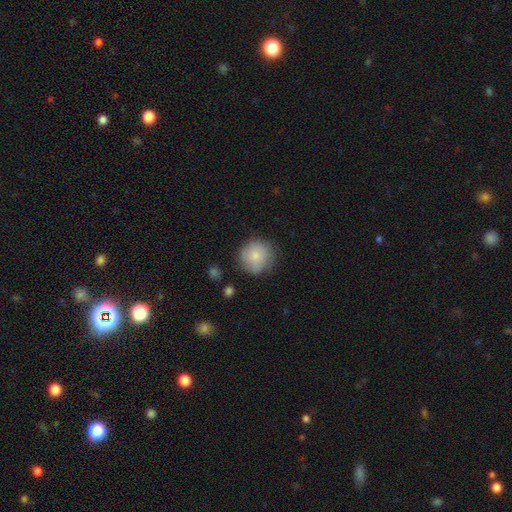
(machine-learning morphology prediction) smooth 76%, featured or disk 17%, star or artifact 7%. Down the decision tree: how rounded — round (92%); merging — none (73%).